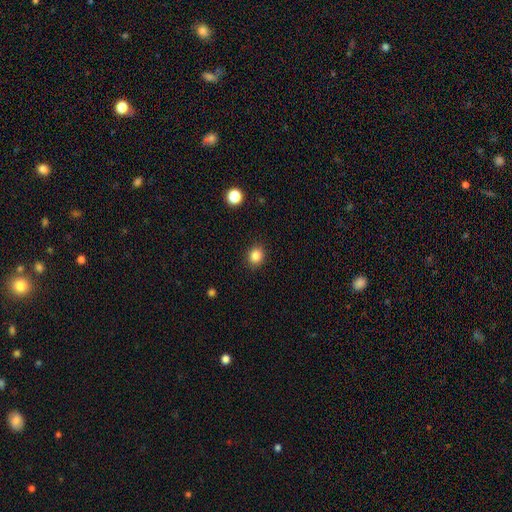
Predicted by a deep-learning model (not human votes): Smooth or featured: smooth — 85% (star or artifact — 11%)
How rounded: round — 76% (in between — 23%)
Merging: none — 90% (minor disturbance — 7%)